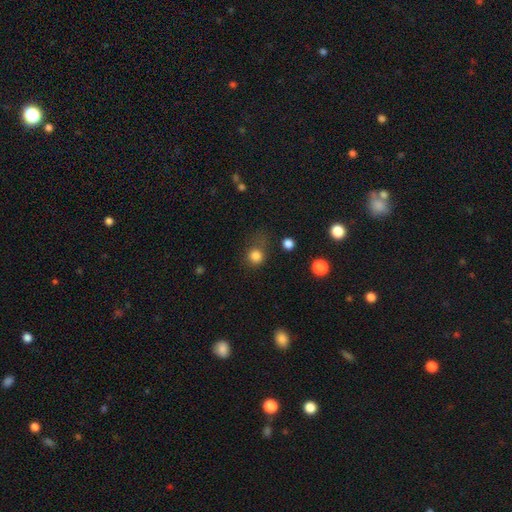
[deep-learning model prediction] Q: Smooth or featured?
A: smooth (81%); runner-up: star or artifact (14%)
Q: How rounded?
A: round (86%); runner-up: in between (13%)
Q: Merging?
A: none (60%); runner-up: minor disturbance (23%)